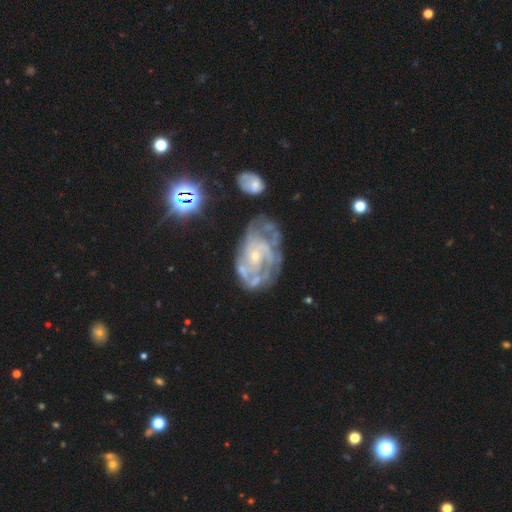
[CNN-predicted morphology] smooth-or-featured: featured or disk: 82% | smooth: 10% | star or artifact: 8%
  disk-edge-on: no: 97% | yes: 3%
    bar: no: 77% | weak: 19% | strong: 4%
    has-spiral-arms: yes: 83% | no: 17%
      spiral-winding: tight: 58% | medium: 31% | loose: 10%
      spiral-arm-count: can't tell: 49% | 2: 16% | 3: 15% | 4: 9% | more than 4: 6% | 1: 5%
    bulge-size: small: 72% | moderate: 23% | none: 3% | large: 1% | dominant: 1%
  merging: none: 49% | minor disturbance: 25% | major disturbance: 19% | merger: 7%